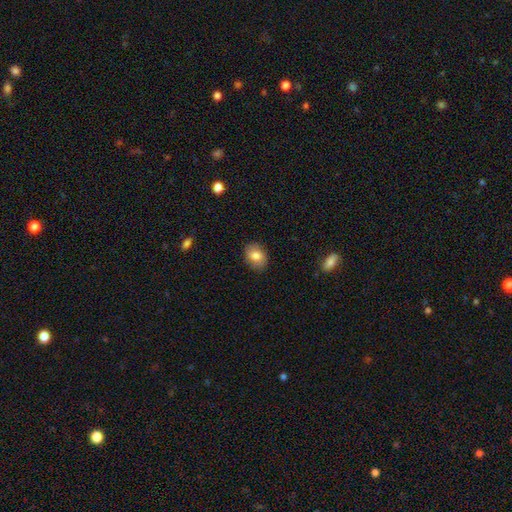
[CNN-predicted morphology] smooth 81%, featured or disk 11%, star or artifact 8%. Down the decision tree: how rounded — in between (65%); merging — none (86%).